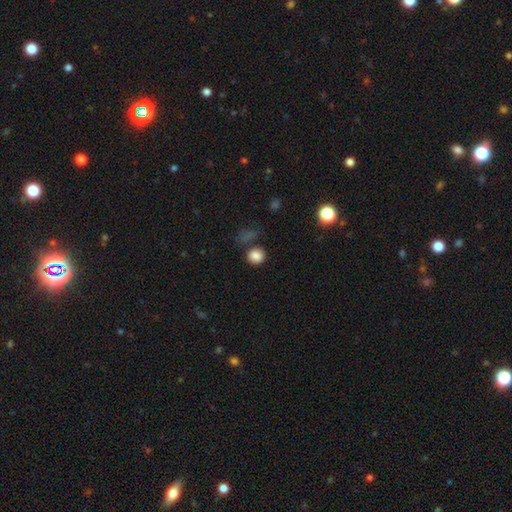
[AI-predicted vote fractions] Q: Smooth or featured?
A: smooth (84%); runner-up: star or artifact (12%)
Q: How rounded?
A: round (83%); runner-up: in between (16%)
Q: Merging?
A: none (76%); runner-up: minor disturbance (12%)